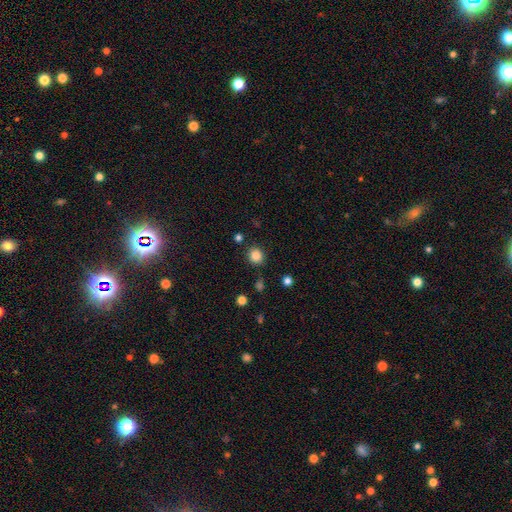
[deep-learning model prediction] The model was most divided on "smooth or featured": smooth: 85%, star or artifact: 11%, featured or disk: 3%. More confident: how rounded — round (87%); merging — none (84%).